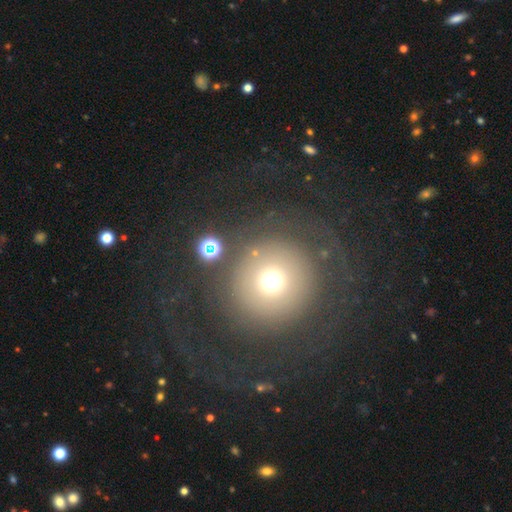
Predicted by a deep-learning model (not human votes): Smooth or featured: smooth — 56% (featured or disk — 28%)
How rounded: round — 95% (in between — 4%)
Merging: none — 70% (major disturbance — 17%)